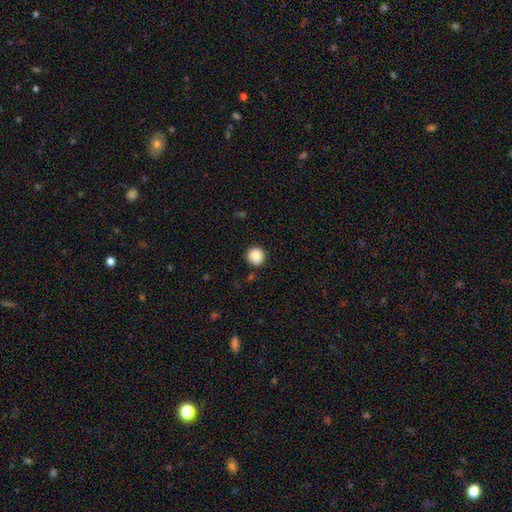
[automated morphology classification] A smooth galaxy with no disk features (88%) that is round (93%). Merging: none (89%).